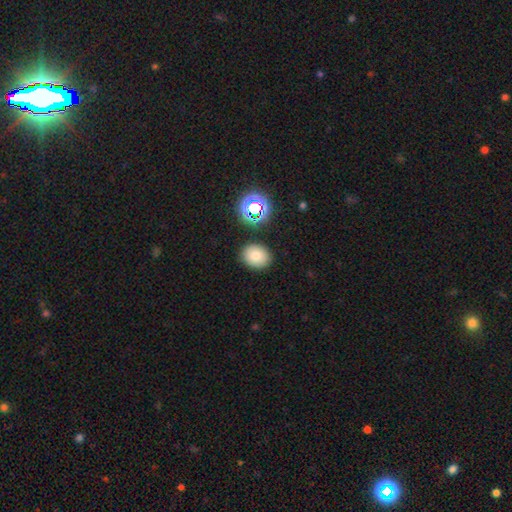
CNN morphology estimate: smooth 78%, star or artifact 14%, featured or disk 8%. Down the decision tree: how rounded — round (50%); merging — none (86%).